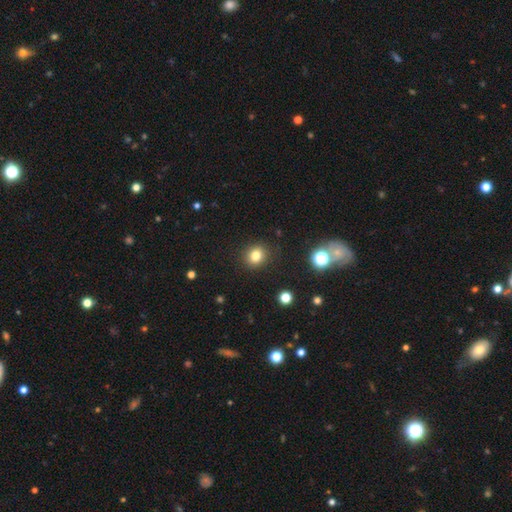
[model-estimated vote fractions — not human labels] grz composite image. It shows a smooth galaxy with no disk features (80%) that is round (77%). Merging: none (89%).